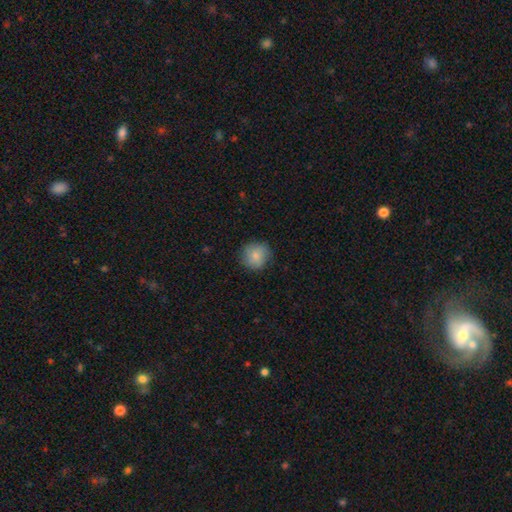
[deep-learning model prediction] smooth-or-featured: smooth: 82% | featured or disk: 10% | star or artifact: 8%
  how-rounded: round: 90% | in between: 9% | cigar-shaped: 1%
  merging: none: 82% | minor disturbance: 14% | major disturbance: 3% | merger: 1%